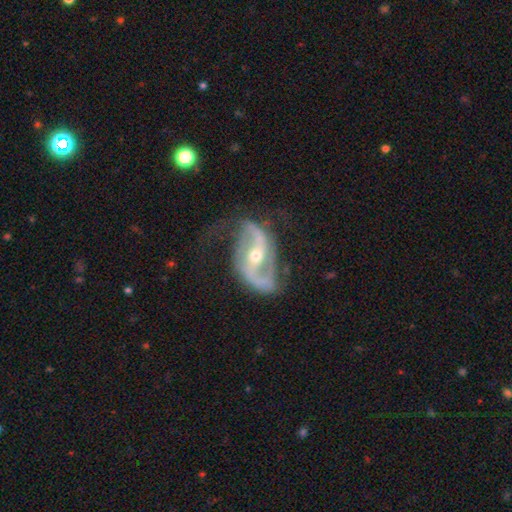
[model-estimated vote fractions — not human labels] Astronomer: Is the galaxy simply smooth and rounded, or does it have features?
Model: featured or disk — 90%.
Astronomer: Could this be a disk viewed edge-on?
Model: no — 97%.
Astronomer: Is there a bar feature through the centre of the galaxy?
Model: strong — 47% (runner-up: weak, 30%).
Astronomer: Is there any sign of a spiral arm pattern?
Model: yes — 95%.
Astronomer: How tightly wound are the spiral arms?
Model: loose — 54% (runner-up: medium, 35%).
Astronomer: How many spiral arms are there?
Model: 2 — 92%.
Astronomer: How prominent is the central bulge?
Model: small — 53% (runner-up: moderate, 44%).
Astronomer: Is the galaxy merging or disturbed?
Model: none — 63%.